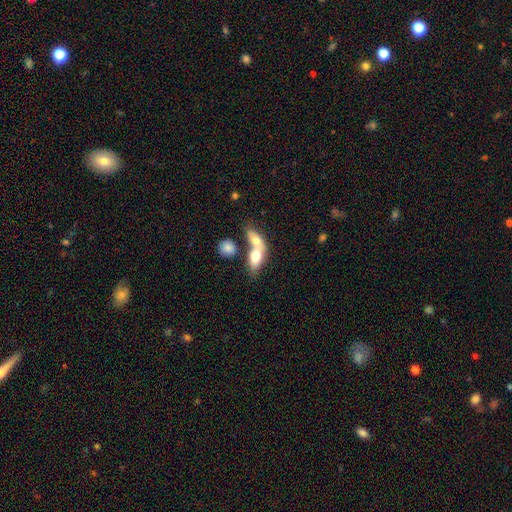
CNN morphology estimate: Q: Smooth or featured?
A: smooth (69%); runner-up: featured or disk (24%)
Q: How rounded?
A: in between (78%); runner-up: cigar-shaped (12%)
Q: Merging?
A: merger (71%); runner-up: none (18%)